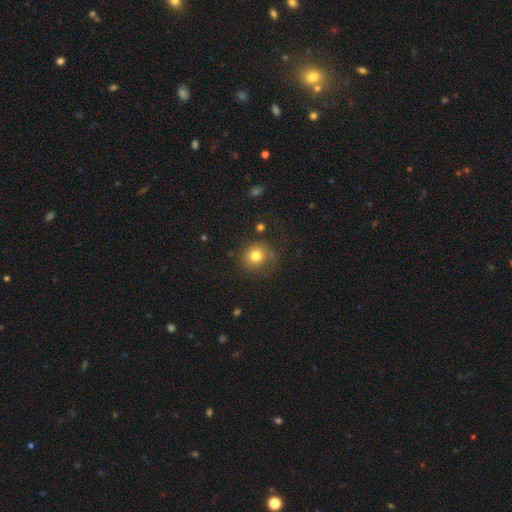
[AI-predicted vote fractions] Overall: smooth (79%). How rounded: round (88%). Merging: none (73%).